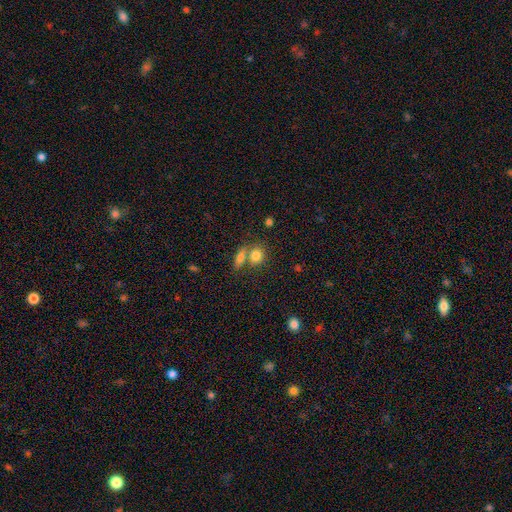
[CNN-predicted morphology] smooth_or_featured: smooth (p=0.80) [alt: featured or disk p=0.10]
how_rounded: round (p=0.60) [alt: in between p=0.37]
merging: none (p=0.45) [alt: merger p=0.42]